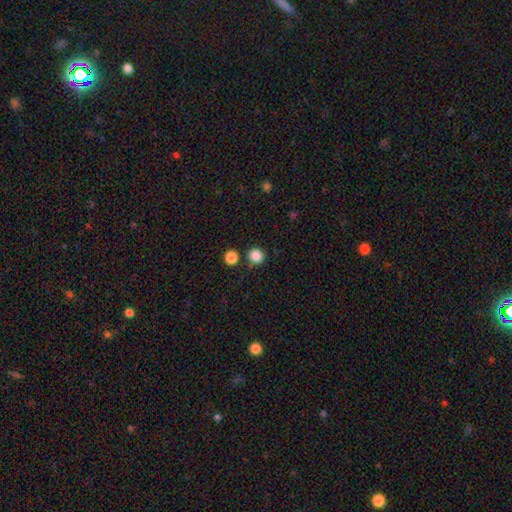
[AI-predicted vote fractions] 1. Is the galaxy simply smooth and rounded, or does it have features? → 86% smooth, 11% star or artifact, 3% featured or disk.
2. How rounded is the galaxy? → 92% round, 7% in between, 1% cigar-shaped.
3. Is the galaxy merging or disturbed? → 85% none, 7% minor disturbance, 6% merger, 2% major disturbance.